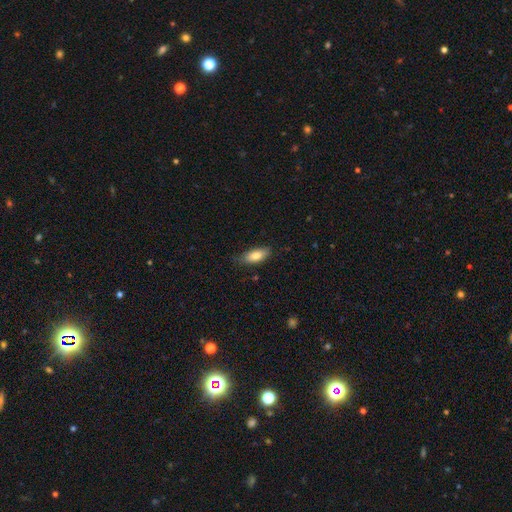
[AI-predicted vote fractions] A smooth galaxy with no disk features (79%) that is in between round and cigar-shaped (81%).

Vote fractions:
- Smooth or featured? smooth: 79% / featured or disk: 14% / star or artifact: 7%
- How rounded? in between: 81% / cigar-shaped: 16% / round: 2%
- Merging? none: 75% / minor disturbance: 21% / major disturbance: 3% / merger: 1%